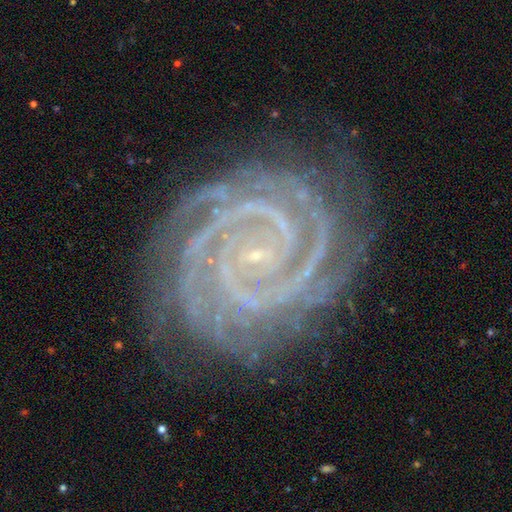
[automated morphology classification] Overall: featured or disk (92%). Edge-on disk: no (98%). Bar: no (55%; weak 26%). Spiral arms: yes (99%). Spiral arm count: 2 (39%; 3 19%). Spiral winding: tight (89%). Bulge size: small (90%). Merging: none (82%).